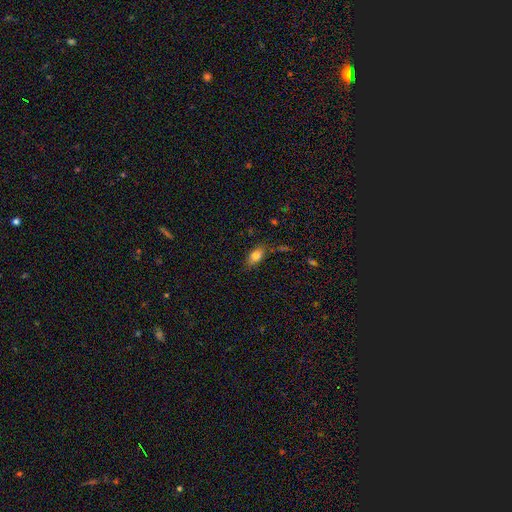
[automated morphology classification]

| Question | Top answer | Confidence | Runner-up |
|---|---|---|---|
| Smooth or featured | smooth | 79% | featured or disk (11%) |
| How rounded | in between | 83% | round (10%) |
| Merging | none | 75% | minor disturbance (18%) |